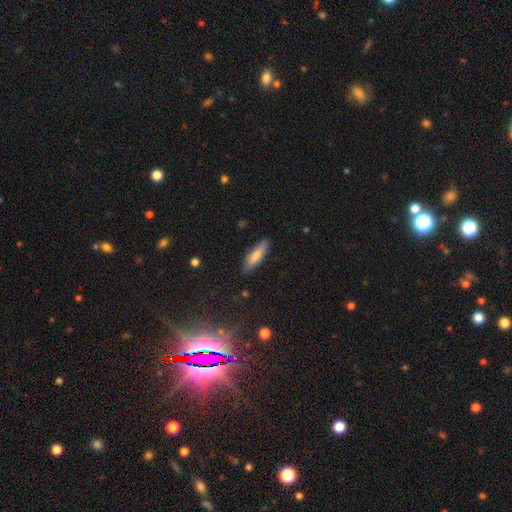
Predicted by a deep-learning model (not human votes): A smooth galaxy with no disk features (71%) that is cigar-shaped (63%). Merging: none (86%).